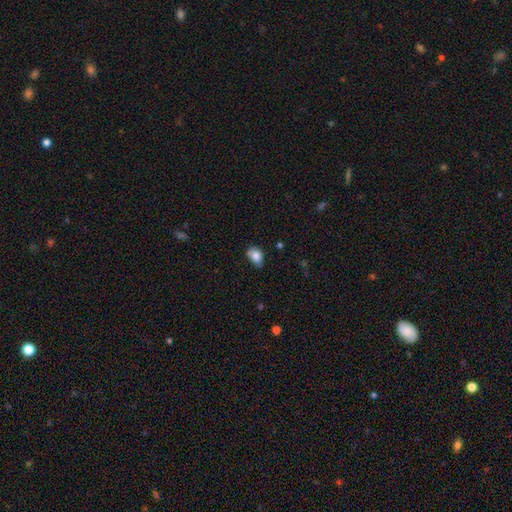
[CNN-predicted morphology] This is likely a smooth galaxy (79%). How rounded: likely in between (76%). Merging: possibly none (51%).